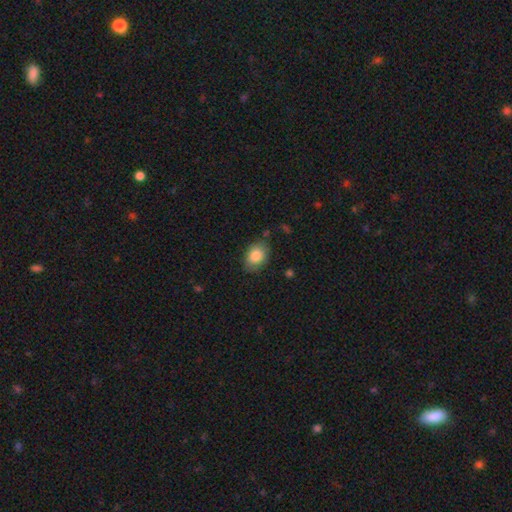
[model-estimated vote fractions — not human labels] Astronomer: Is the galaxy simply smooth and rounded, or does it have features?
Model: smooth — 85%.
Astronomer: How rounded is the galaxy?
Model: in between — 74%.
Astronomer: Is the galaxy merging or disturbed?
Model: none — 79%.